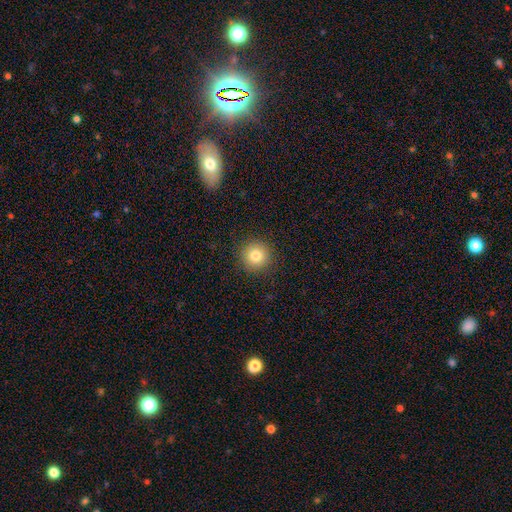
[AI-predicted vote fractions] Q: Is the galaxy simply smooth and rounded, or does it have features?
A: smooth — 81%.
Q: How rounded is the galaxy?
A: round — 95%.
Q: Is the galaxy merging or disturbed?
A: none — 91%.